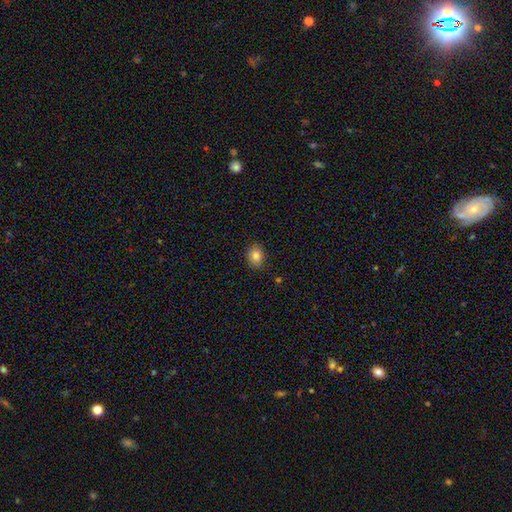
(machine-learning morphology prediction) Smooth or featured: smooth — 84% (star or artifact — 10%)
How rounded: in between — 53% (round — 46%)
Merging: none — 87% (minor disturbance — 10%)